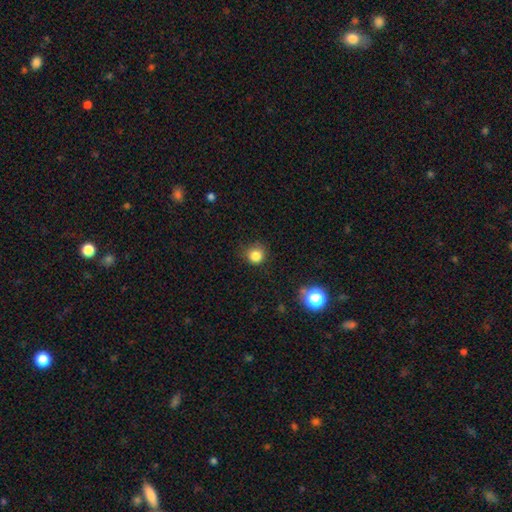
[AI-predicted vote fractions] The model was most divided on "merging": none: 76%, minor disturbance: 18%, major disturbance: 5%, merger: 1%. More confident: how rounded — round (90%); smooth or featured — smooth (83%).